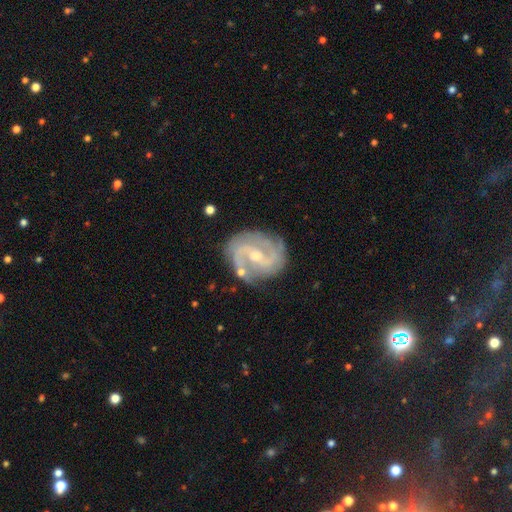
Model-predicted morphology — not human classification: This appears to be a featured or disk galaxy (88%) with a weak bar (50%), 2 (76%) medium (50%) spiral arms (97%) and a moderate central bulge (49%). Merging: none (75%).